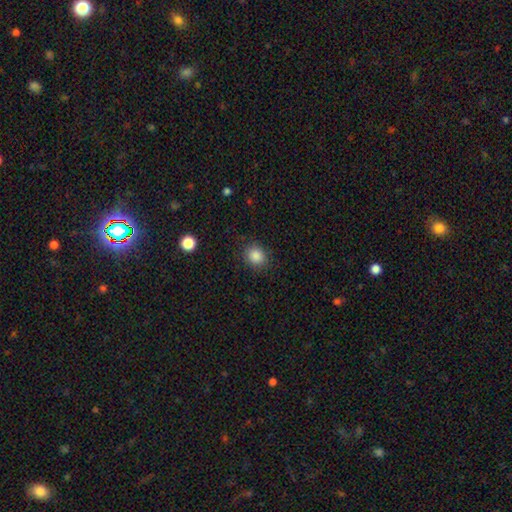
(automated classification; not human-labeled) smooth_or_featured: smooth (p=0.86) [alt: star or artifact p=0.10]
how_rounded: round (p=0.74) [alt: in between p=0.25]
merging: none (p=0.87) [alt: minor disturbance p=0.09]